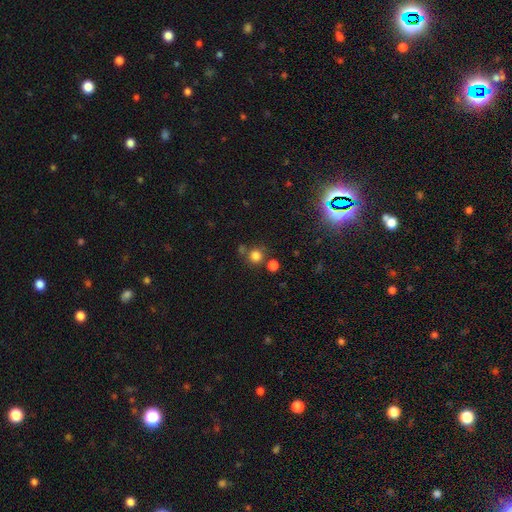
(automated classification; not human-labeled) This appears to be a smooth galaxy with no disk features (78%) that is round (92%). Merging: none (71%).